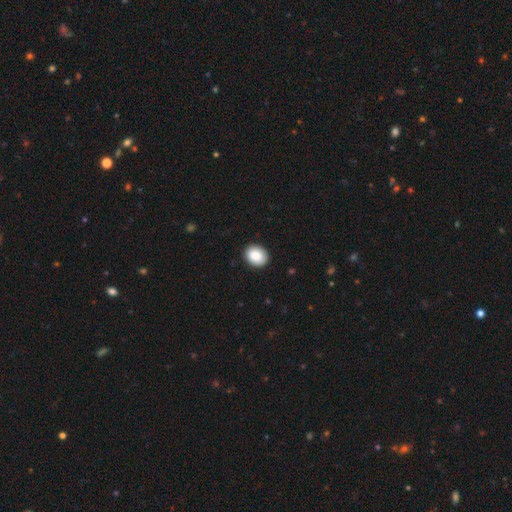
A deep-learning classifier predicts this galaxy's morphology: This is clearly a smooth galaxy (87%). How rounded: possibly in between (55%). Merging: clearly none (90%).